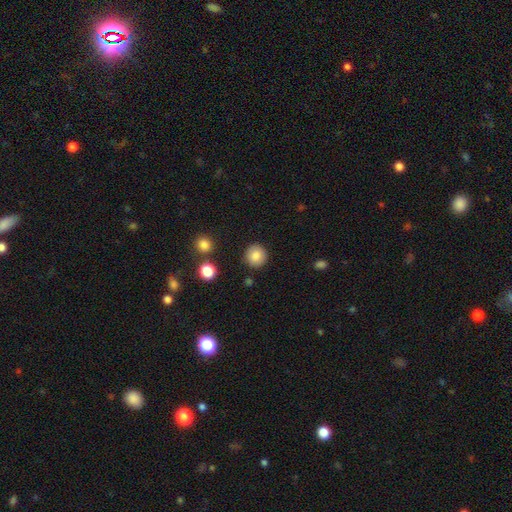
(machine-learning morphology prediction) A smooth galaxy with no disk features (85%) that is round (90%). Merging: none (89%).